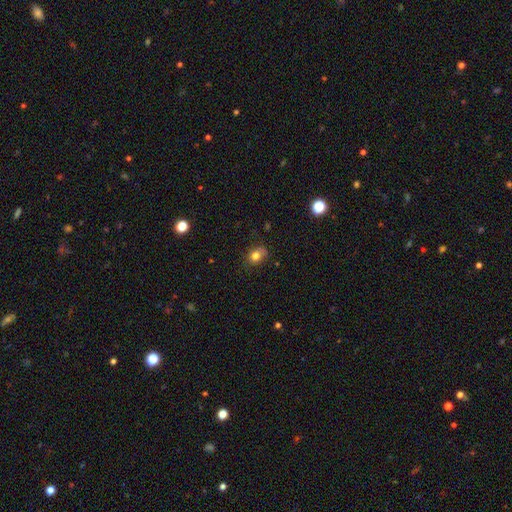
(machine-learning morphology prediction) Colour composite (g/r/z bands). It shows a smooth galaxy with no disk features (78%) that is in between round and cigar-shaped (52%). Merging: none (66%).